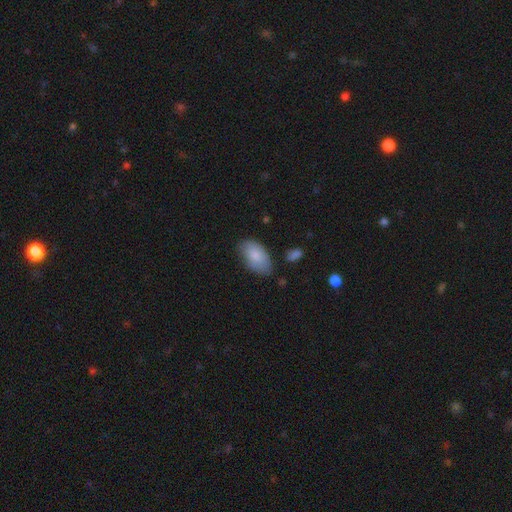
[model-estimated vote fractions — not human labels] Smooth or featured?
  - smooth: 83% *
  - featured or disk: 11%
  - star or artifact: 6%
How rounded?
  - in between: 95% *
  - round: 3%
  - cigar-shaped: 2%
Merging?
  - none: 72% *
  - minor disturbance: 21%
  - major disturbance: 4%
  - merger: 3%